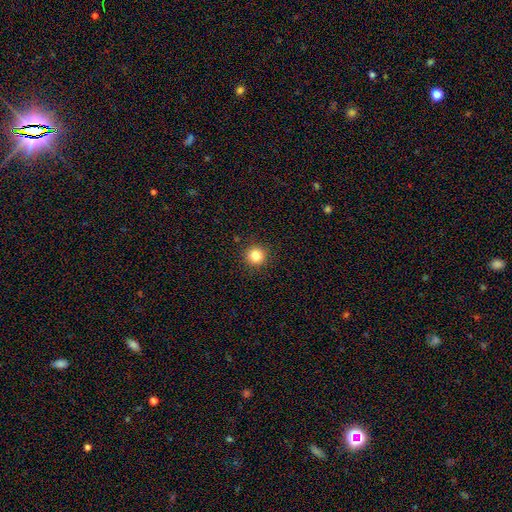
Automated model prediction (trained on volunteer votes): Smooth or featured? Predicted: smooth (p=0.82). How rounded? Predicted: round (p=0.95). Merging? Predicted: none (p=0.92).